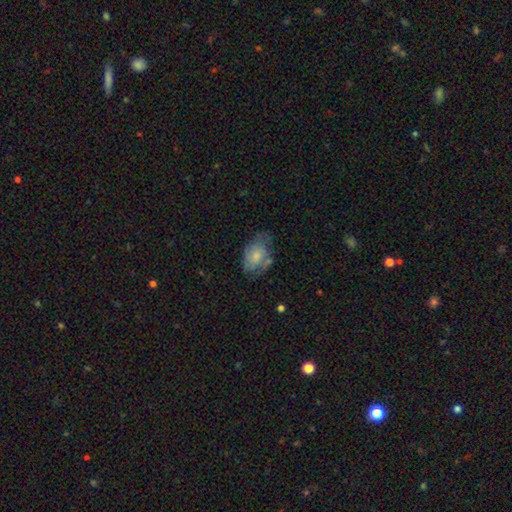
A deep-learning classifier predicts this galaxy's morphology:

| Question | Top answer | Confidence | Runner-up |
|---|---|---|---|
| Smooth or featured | smooth | 59% | featured or disk (34%) |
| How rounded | in between | 86% | round (13%) |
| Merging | none | 43% | minor disturbance (33%) |